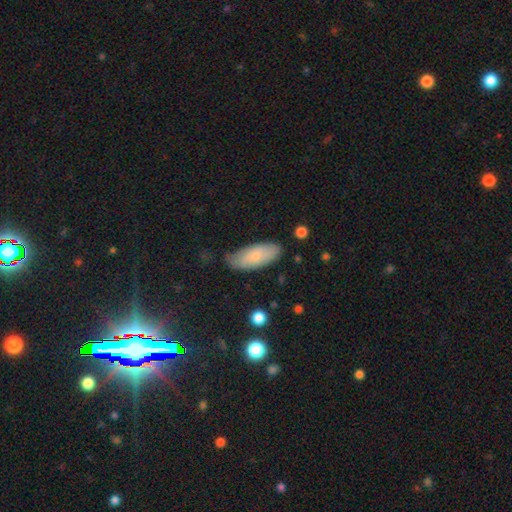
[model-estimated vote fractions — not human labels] smooth_or_featured: smooth (p=0.77) [alt: featured or disk p=0.17]
how_rounded: in between (p=0.81) [alt: cigar-shaped p=0.17]
merging: none (p=0.69) [alt: minor disturbance p=0.24]